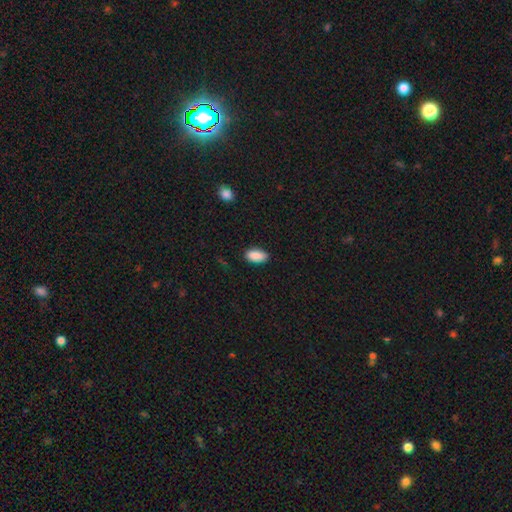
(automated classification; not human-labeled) This appears to be a smooth galaxy with no disk features (90%) that is in between round and cigar-shaped (94%). Merging: none (85%).